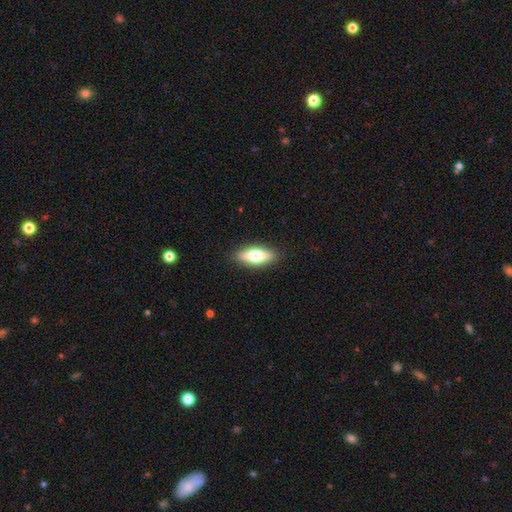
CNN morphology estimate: A smooth galaxy with no disk features (67%) that is in between round and cigar-shaped (68%). Merging: none (88%).